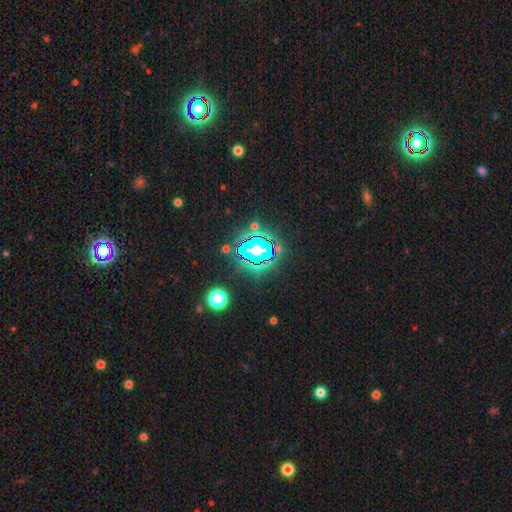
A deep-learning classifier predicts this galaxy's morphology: A star or artifact, not a galaxy (81%).

Vote fractions:
- Smooth or featured? star or artifact: 81% / smooth: 11% / featured or disk: 8%